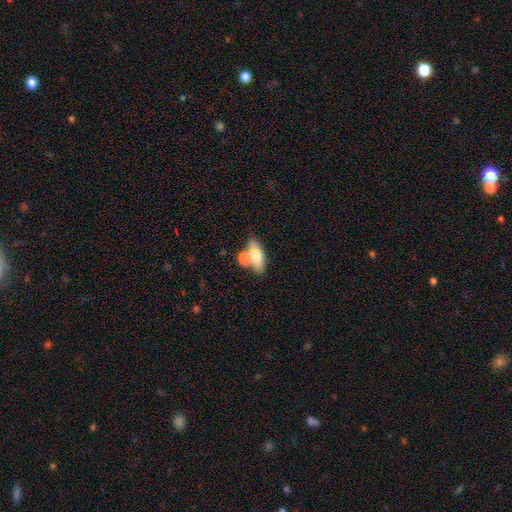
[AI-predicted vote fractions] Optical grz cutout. It shows a smooth galaxy with no disk features (67%) that is in between round and cigar-shaped (76%). Merging: none (43%).